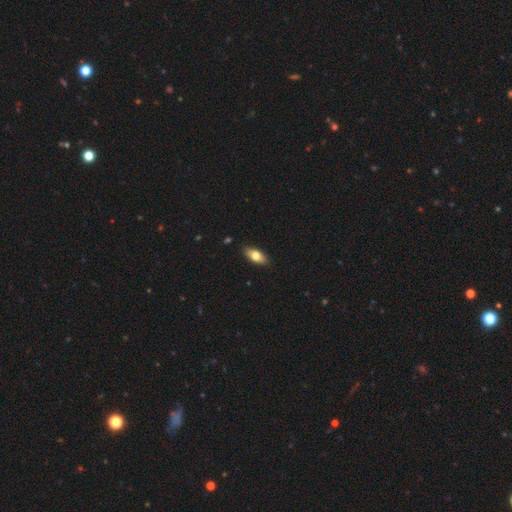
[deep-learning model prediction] Smooth or featured?
  - smooth: 75% *
  - featured or disk: 19%
  - star or artifact: 6%
How rounded?
  - in between: 84% *
  - cigar-shaped: 13%
  - round: 3%
Merging?
  - none: 88% *
  - minor disturbance: 9%
  - major disturbance: 2%
  - merger: 1%